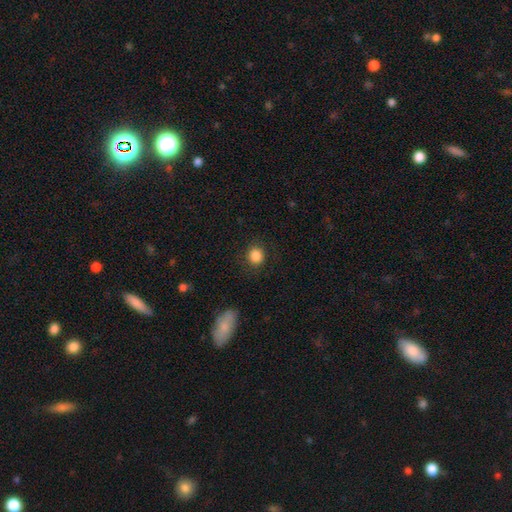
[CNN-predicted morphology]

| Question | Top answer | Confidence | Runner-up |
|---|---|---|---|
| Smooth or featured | smooth | 86% | star or artifact (10%) |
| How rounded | round | 84% | in between (15%) |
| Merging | none | 86% | minor disturbance (9%) |